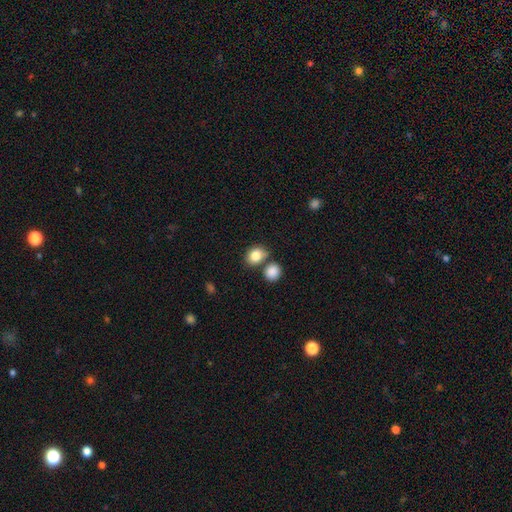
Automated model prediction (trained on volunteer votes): smooth-or-featured: smooth: 84% | star or artifact: 9% | featured or disk: 7%
  how-rounded: round: 51% | in between: 48% | cigar-shaped: 1%
  merging: none: 58% | merger: 26% | minor disturbance: 12% | major disturbance: 4%